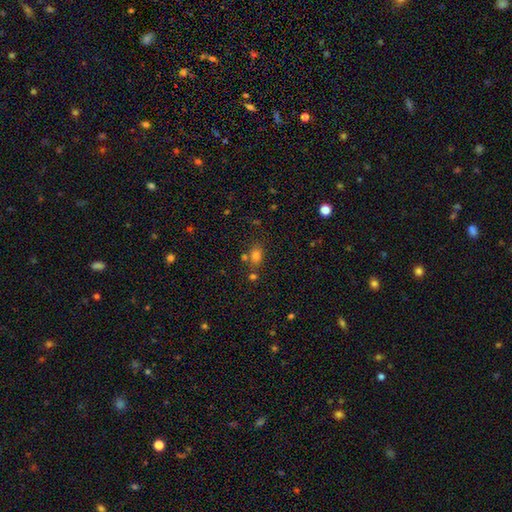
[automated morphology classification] Overall: smooth (73%). How rounded: in between (65%; round 33%). Merging: none (67%).